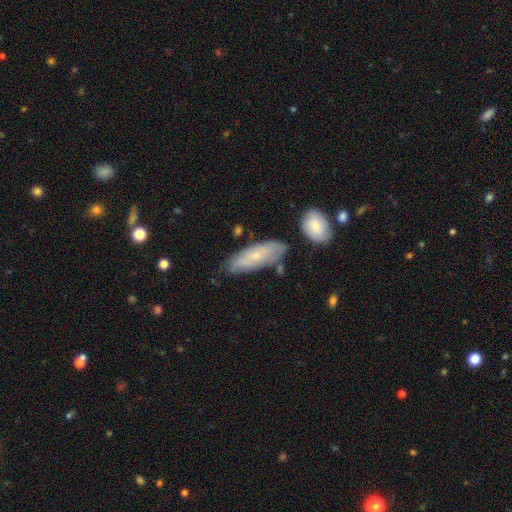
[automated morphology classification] A smooth galaxy with no disk features (59%) that is in between round and cigar-shaped (61%).

Vote fractions:
- Smooth or featured? smooth: 59% / featured or disk: 35% / star or artifact: 7%
- How rounded? in between: 61% / cigar-shaped: 37% / round: 2%
- Merging? none: 68% / minor disturbance: 21% / merger: 6% / major disturbance: 5%